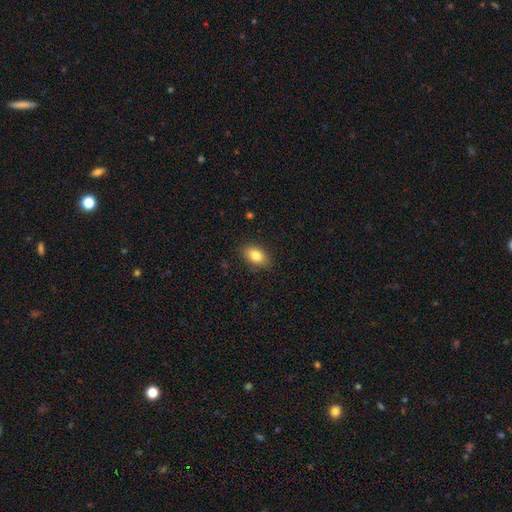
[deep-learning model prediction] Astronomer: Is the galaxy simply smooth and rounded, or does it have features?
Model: smooth — 84%.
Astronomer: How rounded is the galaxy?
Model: in between — 87%.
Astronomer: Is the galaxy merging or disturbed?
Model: none — 87%.